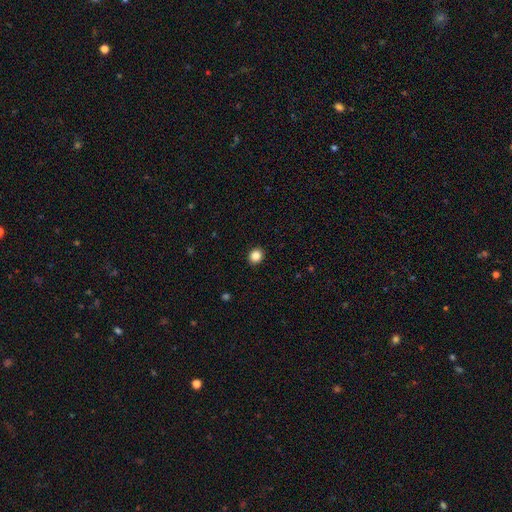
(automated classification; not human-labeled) This is clearly a smooth galaxy (85%). How rounded: clearly round (80%). Merging: clearly none (92%).